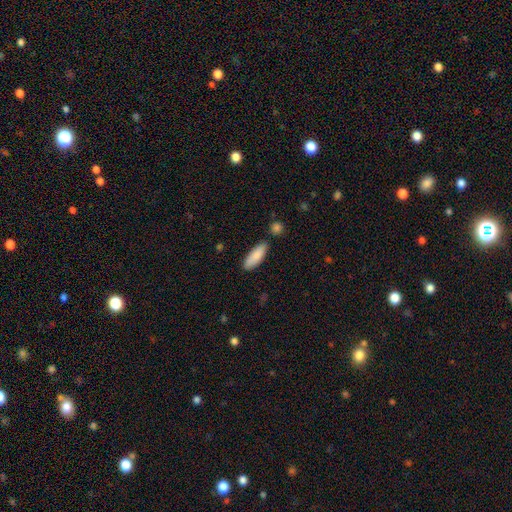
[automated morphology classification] Q: Smooth or featured?
A: smooth (86%); runner-up: featured or disk (8%)
Q: How rounded?
A: in between (60%); runner-up: cigar-shaped (39%)
Q: Merging?
A: none (82%); runner-up: minor disturbance (12%)